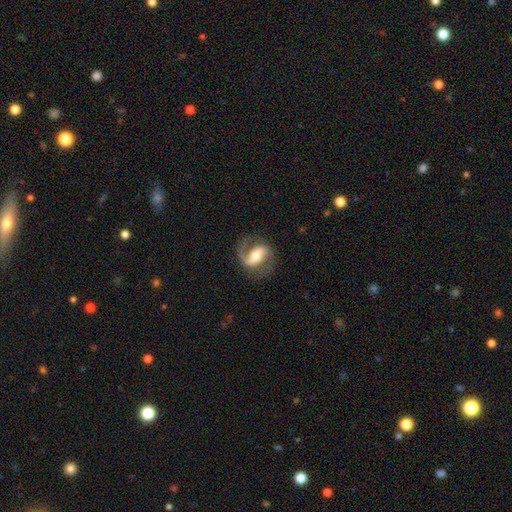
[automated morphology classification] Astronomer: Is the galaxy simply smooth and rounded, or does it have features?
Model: featured or disk — 83%.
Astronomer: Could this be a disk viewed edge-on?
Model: no — 97%.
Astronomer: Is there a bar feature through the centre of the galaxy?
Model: strong — 39% (runner-up: weak, 37%).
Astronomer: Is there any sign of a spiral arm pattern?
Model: yes — 94%.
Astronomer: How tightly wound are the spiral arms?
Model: medium — 46% (runner-up: loose, 40%).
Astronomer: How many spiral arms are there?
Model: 2 — 78%.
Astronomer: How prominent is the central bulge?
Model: moderate — 66%.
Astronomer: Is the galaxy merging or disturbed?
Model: none — 73%.